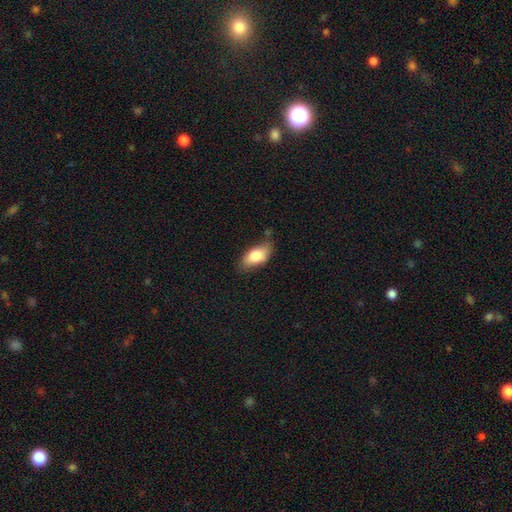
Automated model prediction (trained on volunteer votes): Overall: smooth (79%). How rounded: in between (89%). Merging: none (66%).